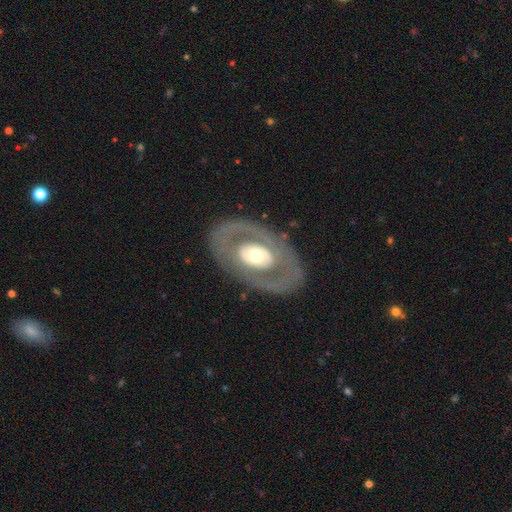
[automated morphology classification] Smooth or featured: featured or disk — 70% (smooth — 25%)
Edge-on disk: no — 92% (yes — 8%)
Bar: no — 78% (weak — 15%)
Spiral arms: no — 74% (yes — 26%)
Bulge size: moderate — 62% (large — 26%)
Merging: none — 80% (minor disturbance — 11%)